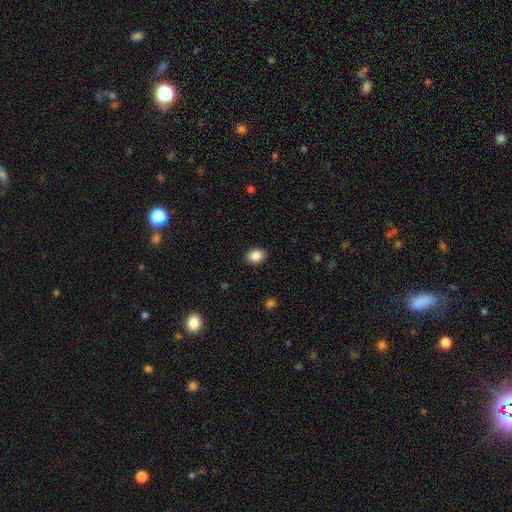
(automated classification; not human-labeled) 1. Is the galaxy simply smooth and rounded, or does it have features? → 88% smooth, 8% star or artifact, 4% featured or disk.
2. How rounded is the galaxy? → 69% in between, 30% round, 1% cigar-shaped.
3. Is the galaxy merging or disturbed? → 89% none, 8% minor disturbance, 2% major disturbance, 1% merger.